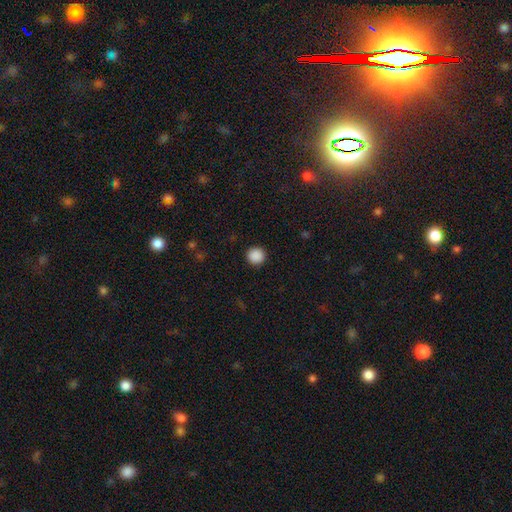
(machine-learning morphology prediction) This appears to be a smooth galaxy with no disk features (89%) that is round (95%). Merging: none (92%).